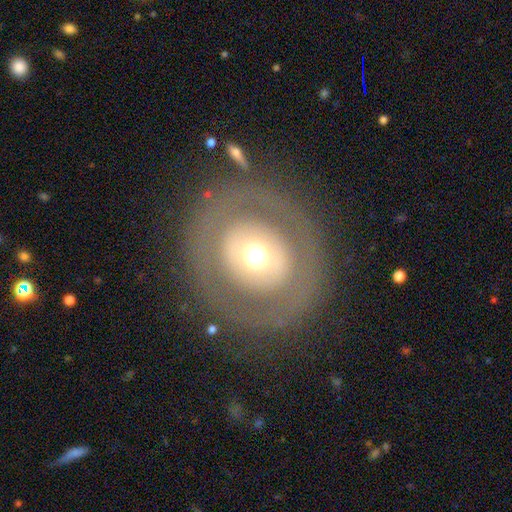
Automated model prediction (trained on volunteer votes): Q: Smooth or featured?
A: featured or disk (46%); runner-up: smooth (45%)
Q: Merging?
A: none (81%); runner-up: major disturbance (9%)